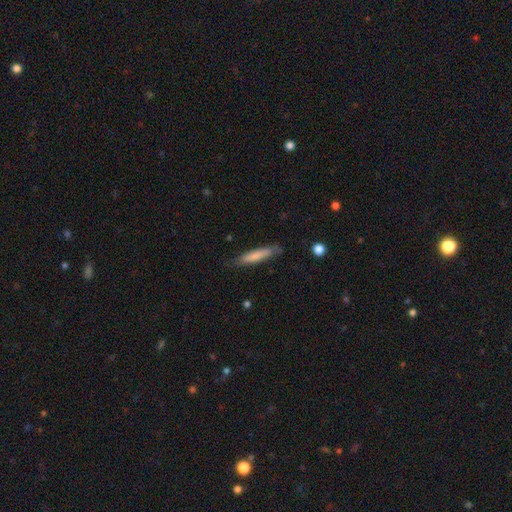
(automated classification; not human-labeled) Overall: smooth (74%). How rounded: cigar-shaped (87%). Merging: none (77%).